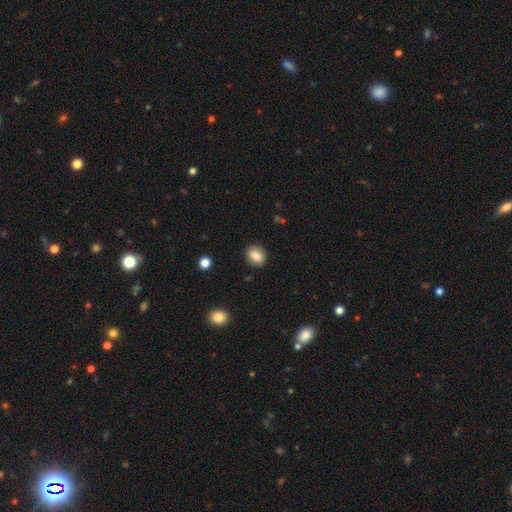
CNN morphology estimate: This appears to be a smooth galaxy with no disk features (85%) that is round (59%). Merging: none (89%).